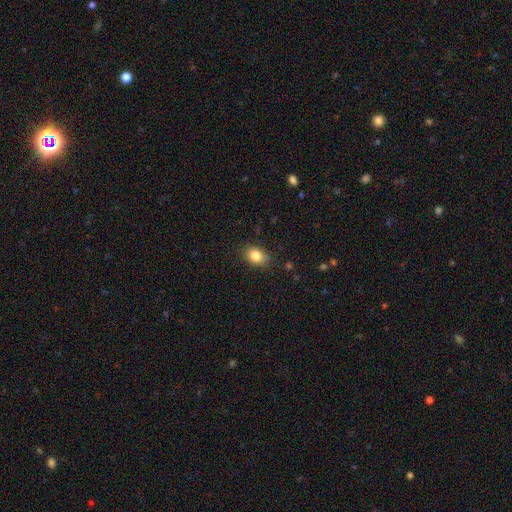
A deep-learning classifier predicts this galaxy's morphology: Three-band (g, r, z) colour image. It shows a smooth galaxy with no disk features (84%) that is in between round and cigar-shaped (70%). Merging: none (83%).